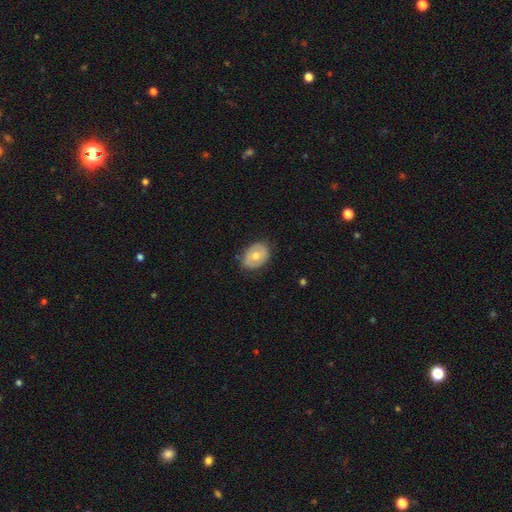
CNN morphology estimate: Smooth or featured: smooth — 57% (featured or disk — 37%)
How rounded: in between — 70% (round — 29%)
Merging: none — 80% (minor disturbance — 16%)